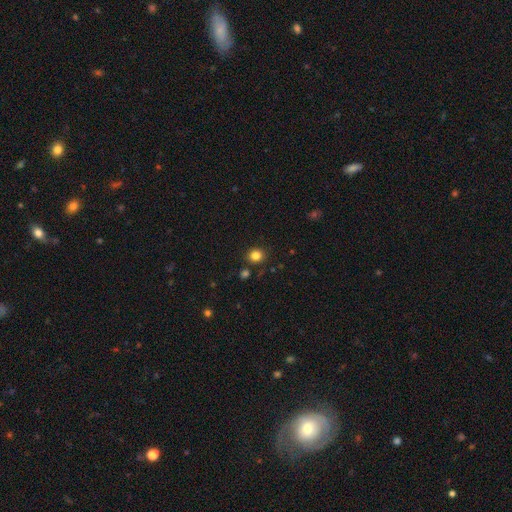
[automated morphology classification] Smooth or featured? Predicted: smooth (p=0.83). How rounded? Predicted: round (p=0.83). Merging? Predicted: none (p=0.87).